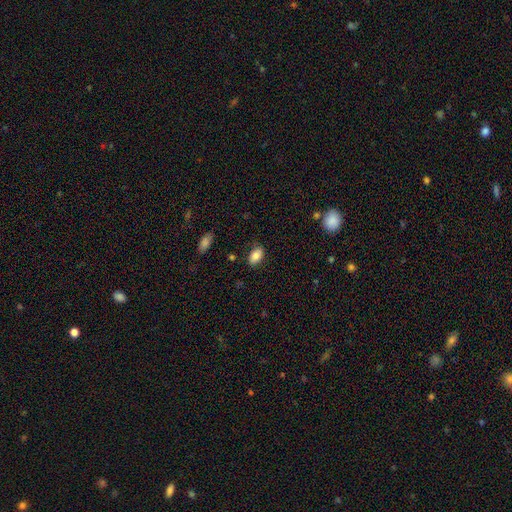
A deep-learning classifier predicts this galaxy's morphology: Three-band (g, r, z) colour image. It shows a smooth galaxy with no disk features (84%) that is in between round and cigar-shaped (91%). Merging: none (81%).